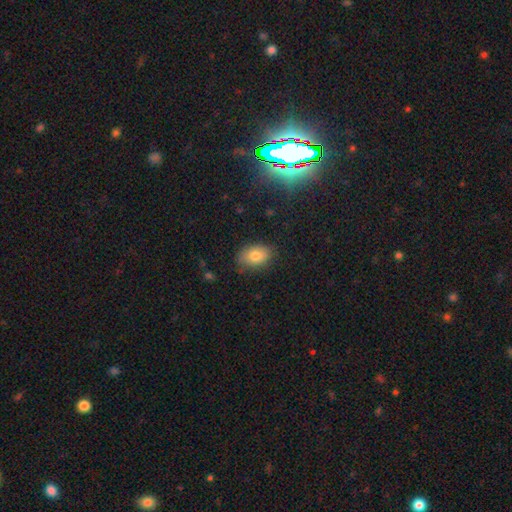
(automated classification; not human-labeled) Smooth or featured? Predicted: smooth (p=0.79). How rounded? Predicted: in between (p=0.87). Merging? Predicted: none (p=0.79).